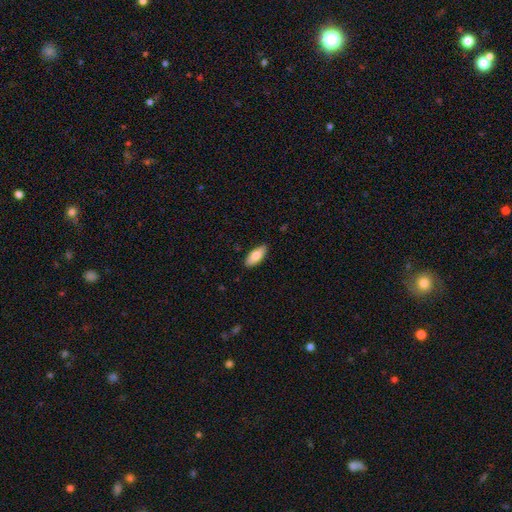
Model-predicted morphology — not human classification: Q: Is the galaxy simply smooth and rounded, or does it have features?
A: smooth — 82%.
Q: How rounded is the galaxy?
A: in between — 83%.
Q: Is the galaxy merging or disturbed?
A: none — 87%.